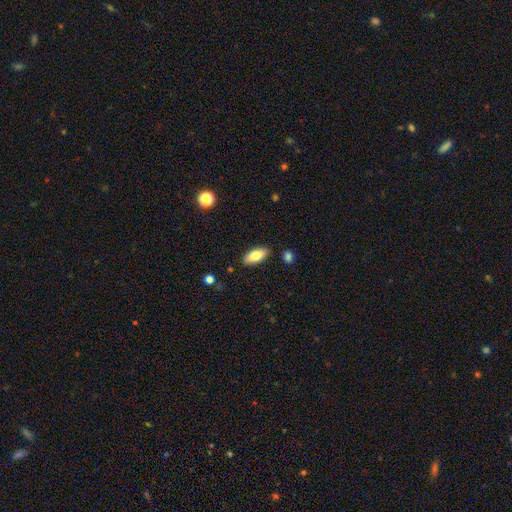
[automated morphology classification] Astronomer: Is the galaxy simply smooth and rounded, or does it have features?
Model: smooth — 79%.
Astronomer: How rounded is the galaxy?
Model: in between — 86%.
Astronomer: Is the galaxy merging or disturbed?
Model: none — 86%.